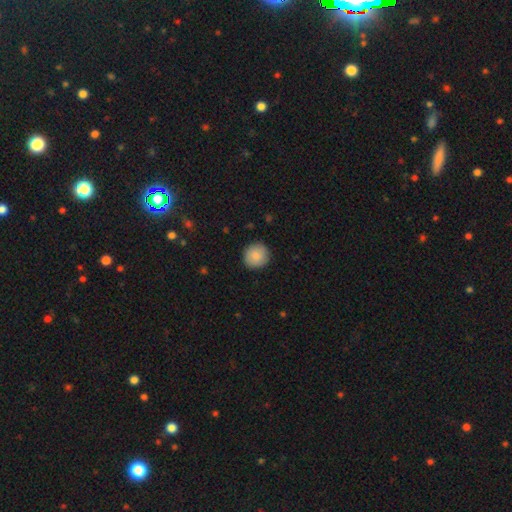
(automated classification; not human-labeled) This is clearly a smooth galaxy (88%). How rounded: clearly round (93%). Merging: clearly none (91%).